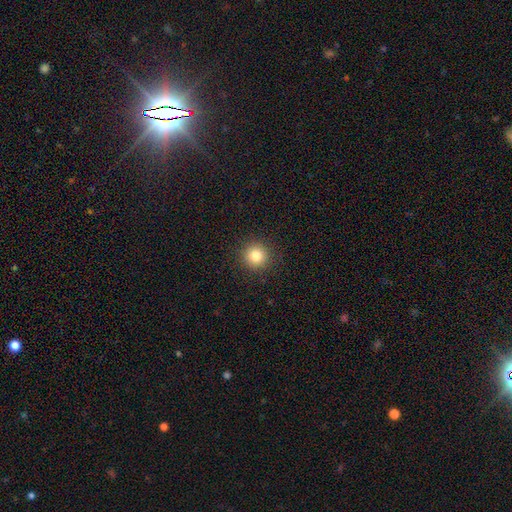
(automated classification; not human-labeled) Smooth or featured? Predicted: smooth (p=0.83). How rounded? Predicted: round (p=0.94). Merging? Predicted: none (p=0.92).